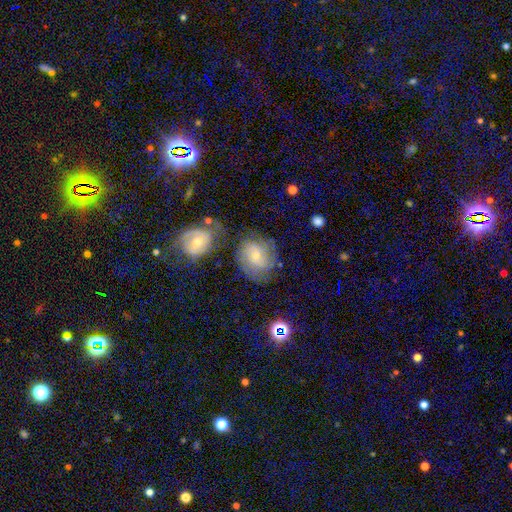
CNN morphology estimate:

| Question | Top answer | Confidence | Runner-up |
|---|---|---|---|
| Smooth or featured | featured or disk | 55% | smooth (36%) |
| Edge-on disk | no | 97% | yes (3%) |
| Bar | no | 63% | weak (31%) |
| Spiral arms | yes | 82% | no (18%) |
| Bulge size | small | 64% | moderate (30%) |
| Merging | none | 58% | minor disturbance (20%) |